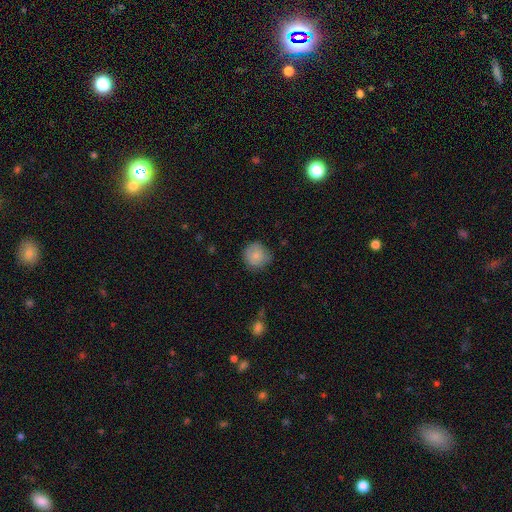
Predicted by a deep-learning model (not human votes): Overall: smooth (81%). How rounded: round (91%). Merging: none (74%).